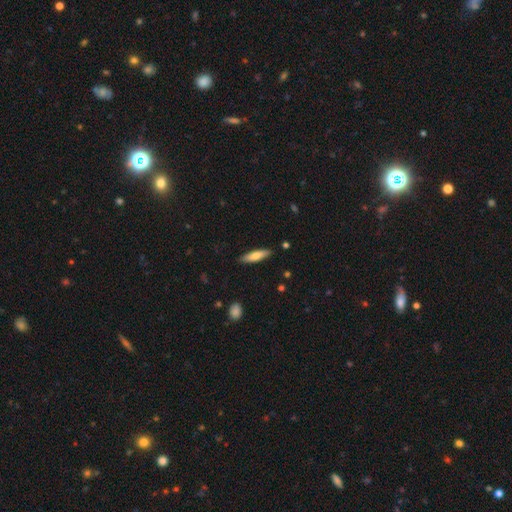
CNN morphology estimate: A smooth galaxy with no disk features (68%) that is cigar-shaped (74%). Merging: none (88%).